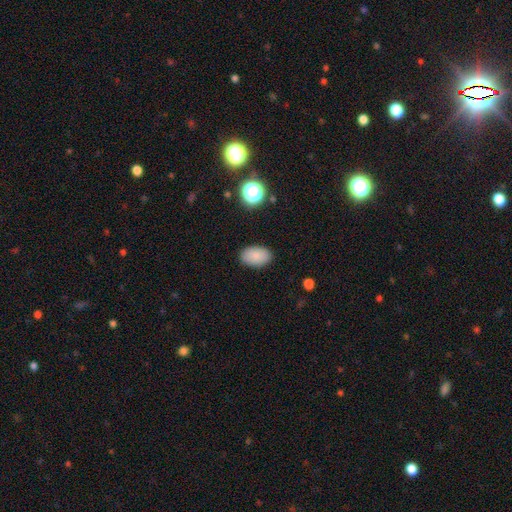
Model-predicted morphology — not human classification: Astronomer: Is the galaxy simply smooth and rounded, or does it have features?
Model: smooth — 86%.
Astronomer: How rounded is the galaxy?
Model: in between — 92%.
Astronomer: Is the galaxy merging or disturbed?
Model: none — 88%.